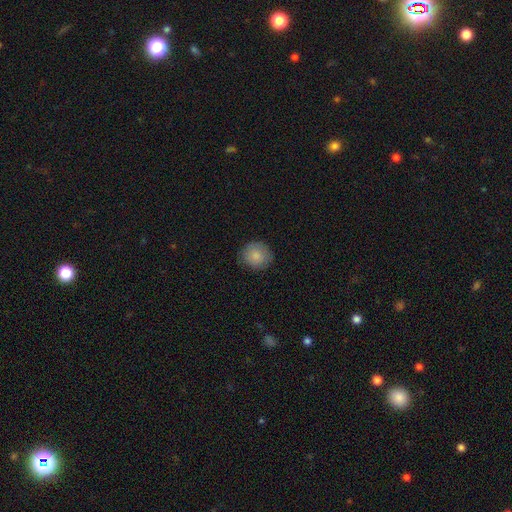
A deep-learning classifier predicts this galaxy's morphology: This is clearly a smooth galaxy (85%). How rounded: clearly round (84%). Merging: clearly none (84%).